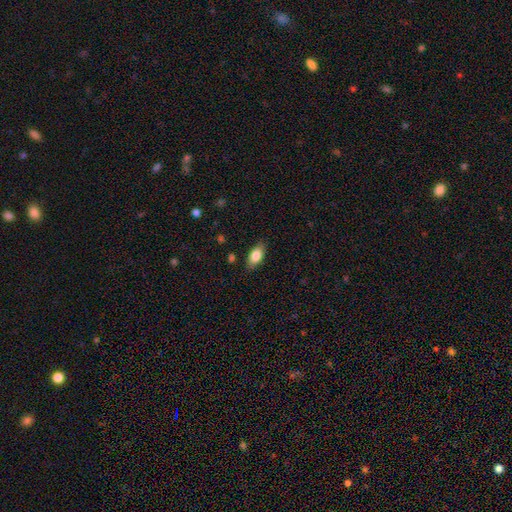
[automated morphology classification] This appears to be a smooth galaxy with no disk features (82%) that is in between round and cigar-shaped (88%). Merging: none (84%).